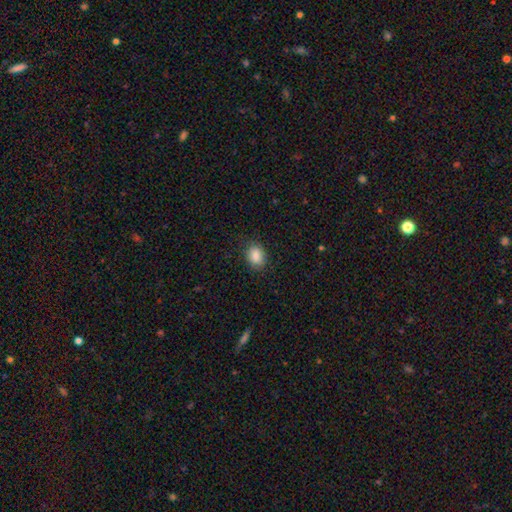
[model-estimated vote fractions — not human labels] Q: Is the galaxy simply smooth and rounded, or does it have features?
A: smooth — 87%.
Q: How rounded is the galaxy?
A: in between — 65%.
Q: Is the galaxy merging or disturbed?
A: none — 83%.